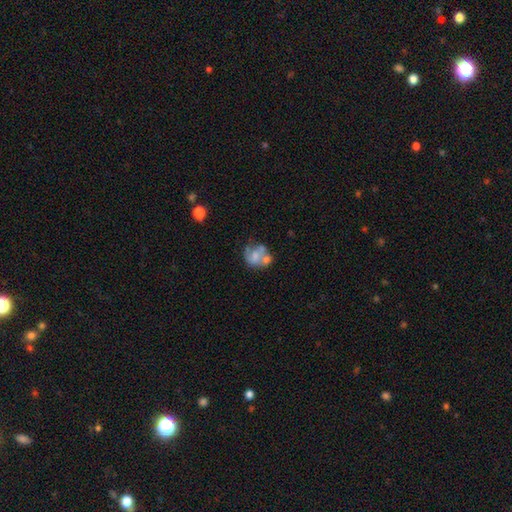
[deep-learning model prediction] smooth_or_featured: featured or disk (p=0.50) [alt: smooth p=0.41]
merging: merger (p=0.39) [alt: none p=0.28]